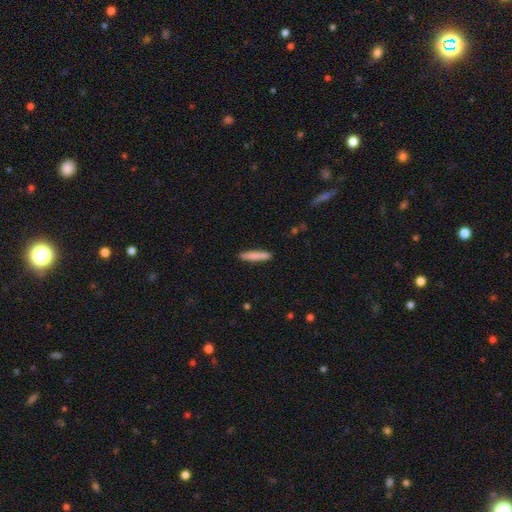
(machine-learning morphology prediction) This appears to be a smooth galaxy with no disk features (81%) that is cigar-shaped (89%). Merging: none (87%).